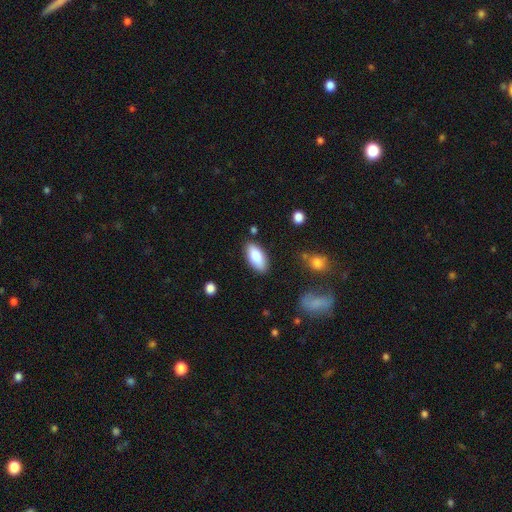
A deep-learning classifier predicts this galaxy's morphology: A smooth galaxy with no disk features (82%) that is in between round and cigar-shaped (87%). Merging: none (85%).